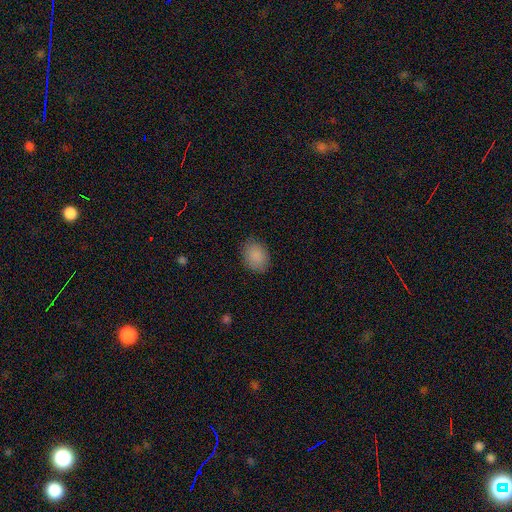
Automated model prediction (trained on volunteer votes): A smooth galaxy with no disk features (88%) that is in between round and cigar-shaped (63%). Merging: none (85%).